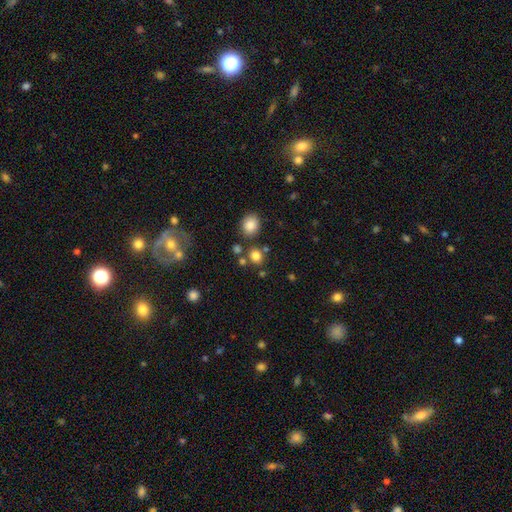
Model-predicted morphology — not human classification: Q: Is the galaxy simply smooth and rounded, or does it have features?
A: smooth — 81%.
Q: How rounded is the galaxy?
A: round — 78%.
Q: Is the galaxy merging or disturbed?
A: none — 74%.